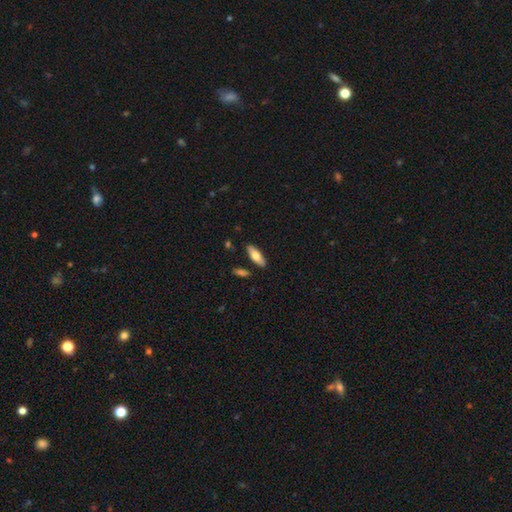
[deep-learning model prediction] Smooth or featured? Predicted: smooth (p=0.71). How rounded? Predicted: in between (p=0.69). Merging? Predicted: none (p=0.86).